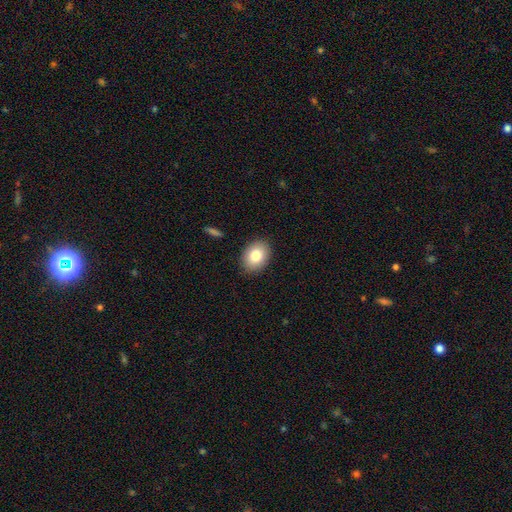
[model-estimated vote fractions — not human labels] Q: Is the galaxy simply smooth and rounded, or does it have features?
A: smooth — 82%.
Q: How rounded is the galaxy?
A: in between — 68%.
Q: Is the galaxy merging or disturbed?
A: none — 89%.